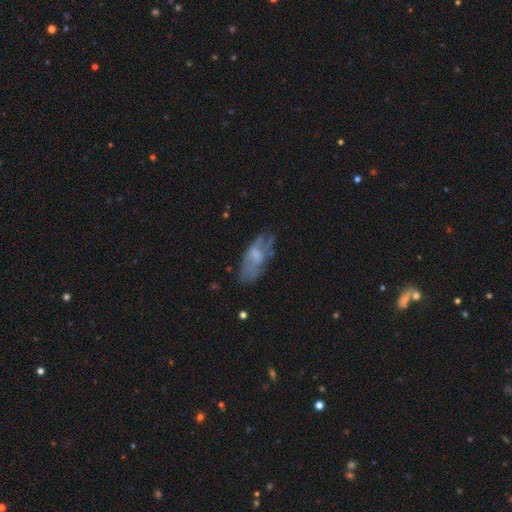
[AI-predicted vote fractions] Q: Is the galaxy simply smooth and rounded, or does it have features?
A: featured or disk — 47%.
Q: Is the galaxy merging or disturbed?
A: none — 55%.